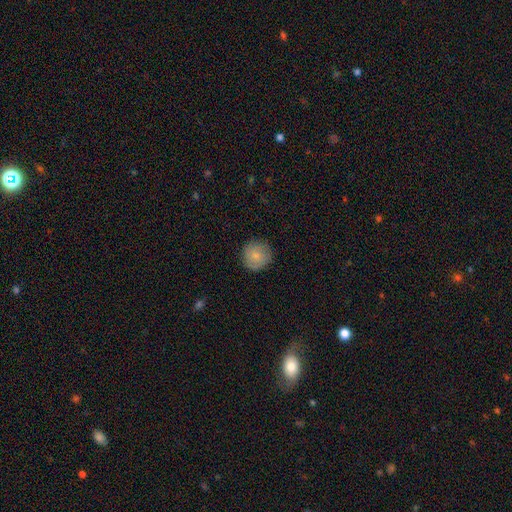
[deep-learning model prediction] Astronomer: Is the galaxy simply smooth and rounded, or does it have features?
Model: smooth — 80%.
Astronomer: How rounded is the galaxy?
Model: round — 94%.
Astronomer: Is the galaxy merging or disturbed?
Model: none — 87%.